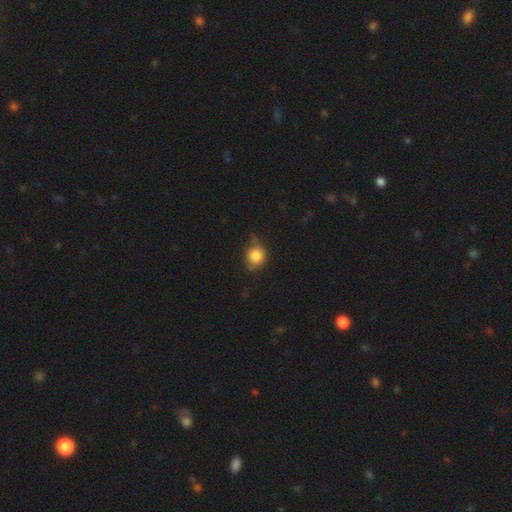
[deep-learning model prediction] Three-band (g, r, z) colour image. It shows a smooth galaxy with no disk features (81%) that is round (79%). Merging: none (56%).